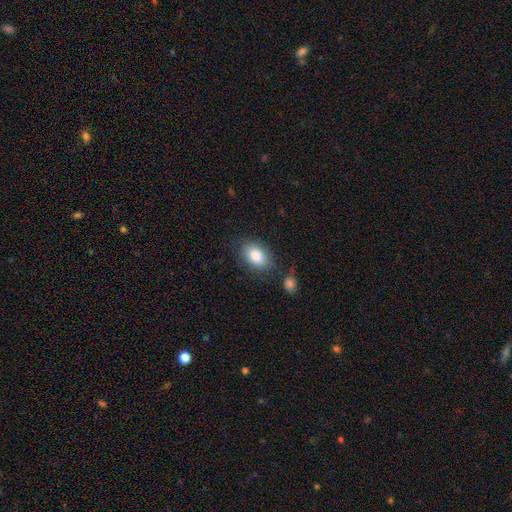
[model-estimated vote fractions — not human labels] smooth_or_featured: smooth (p=0.84) [alt: featured or disk p=0.09]
how_rounded: in between (p=0.87) [alt: round p=0.12]
merging: none (p=0.78) [alt: minor disturbance p=0.13]